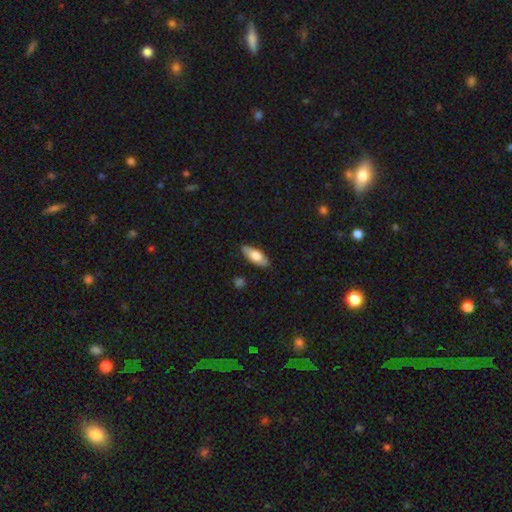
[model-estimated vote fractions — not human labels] smooth_or_featured: smooth (p=0.69) [alt: featured or disk p=0.26]
how_rounded: in between (p=0.73) [alt: cigar-shaped p=0.24]
merging: none (p=0.86) [alt: minor disturbance p=0.11]